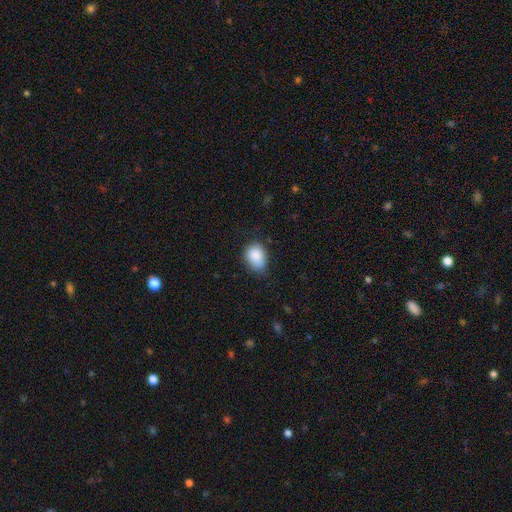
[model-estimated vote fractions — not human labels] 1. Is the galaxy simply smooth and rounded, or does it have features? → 87% smooth, 8% star or artifact, 6% featured or disk.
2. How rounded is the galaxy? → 68% in between, 31% round, 1% cigar-shaped.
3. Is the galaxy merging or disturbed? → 63% none, 30% minor disturbance, 5% major disturbance, 2% merger.